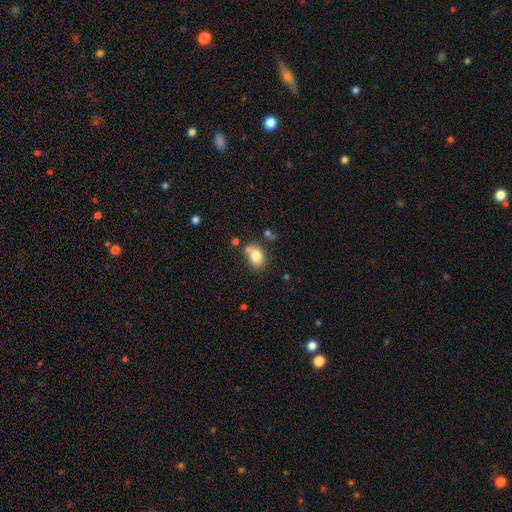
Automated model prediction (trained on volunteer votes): Smooth or featured? Predicted: smooth (p=0.80). How rounded? Predicted: in between (p=0.76). Merging? Predicted: none (p=0.62).